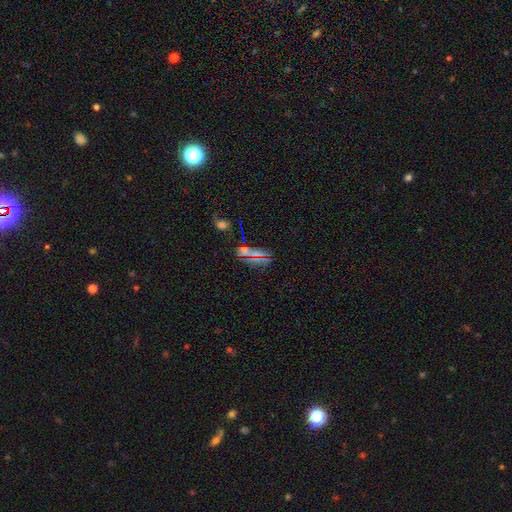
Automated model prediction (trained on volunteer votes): Q: Smooth or featured?
A: smooth (53%); runner-up: star or artifact (36%)
Q: How rounded?
A: in between (80%); runner-up: cigar-shaped (10%)
Q: Merging?
A: none (69%); runner-up: minor disturbance (17%)